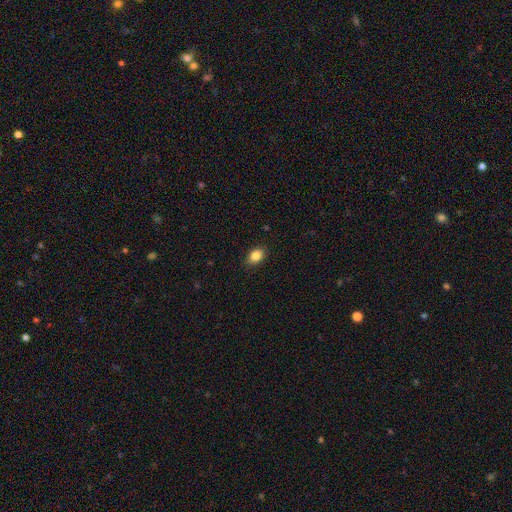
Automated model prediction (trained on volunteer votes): Smooth or featured? smooth (86%)
How rounded? in between (76%)
Merging? none (87%)